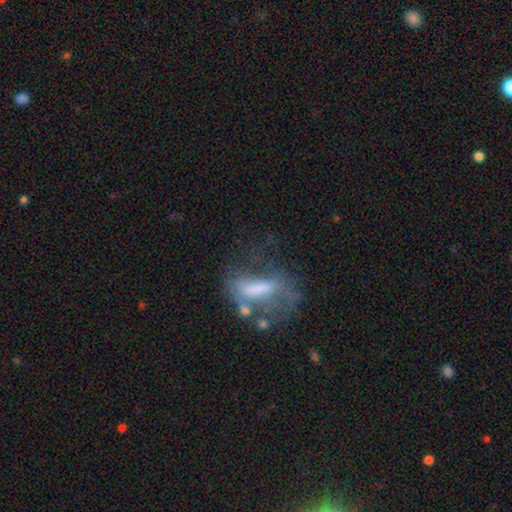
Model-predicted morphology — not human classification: This is possibly a featured or disk galaxy (54%). It is clearly not viewed edge-on (82%). Merging: possibly none (46%).